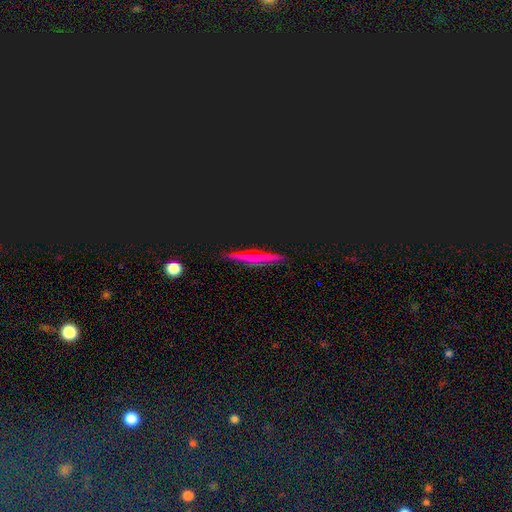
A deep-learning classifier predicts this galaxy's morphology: A smooth galaxy with no disk features (37%). Merging: none (89%).